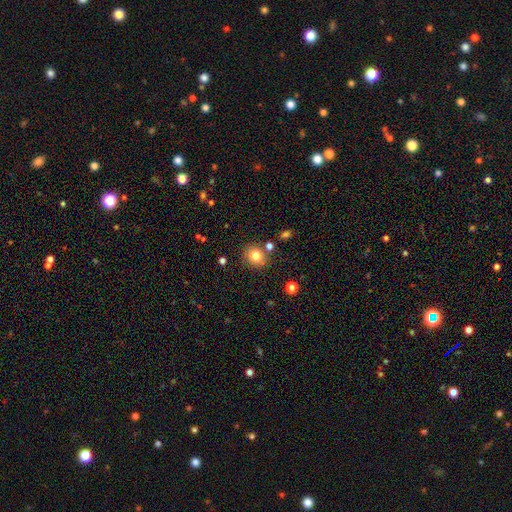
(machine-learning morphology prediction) smooth_or_featured: smooth (p=0.80) [alt: star or artifact p=0.12]
how_rounded: round (p=0.80) [alt: in between p=0.19]
merging: none (p=0.80) [alt: minor disturbance p=0.10]